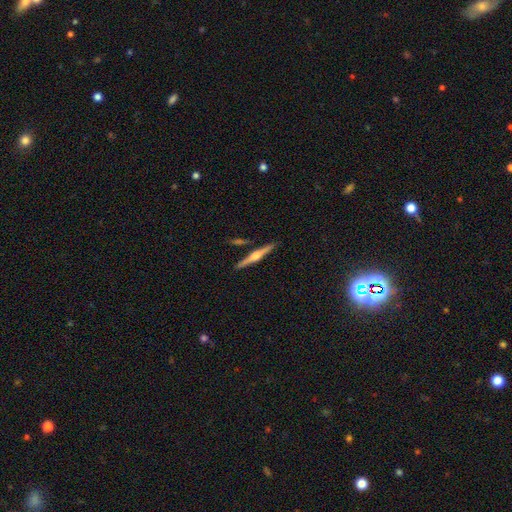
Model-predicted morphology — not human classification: featured or disk 73%, smooth 21%, star or artifact 6%. Down the decision tree: edge-on disk — yes (98%); edge-on bulge — rounded (89%); merging — none (87%).